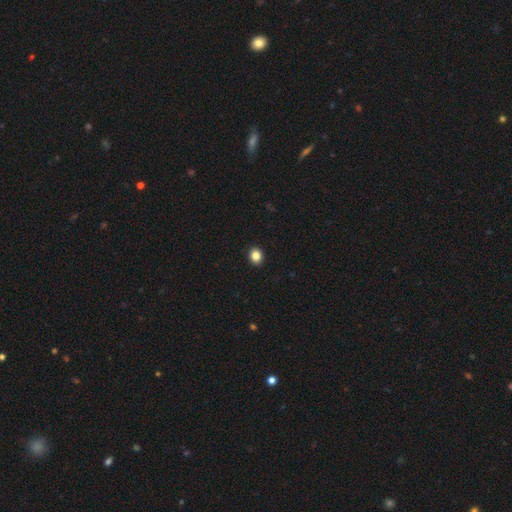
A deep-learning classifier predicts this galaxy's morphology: Smooth or featured? smooth (86%)
How rounded? round (64%)
Merging? none (92%)